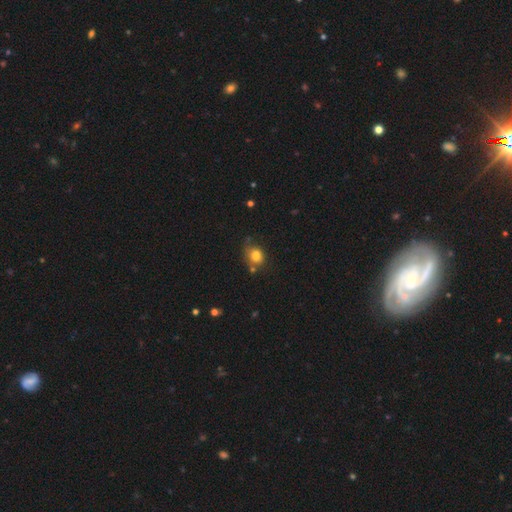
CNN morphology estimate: This appears to be a smooth galaxy with no disk features (80%) that is round (58%). Merging: none (57%).